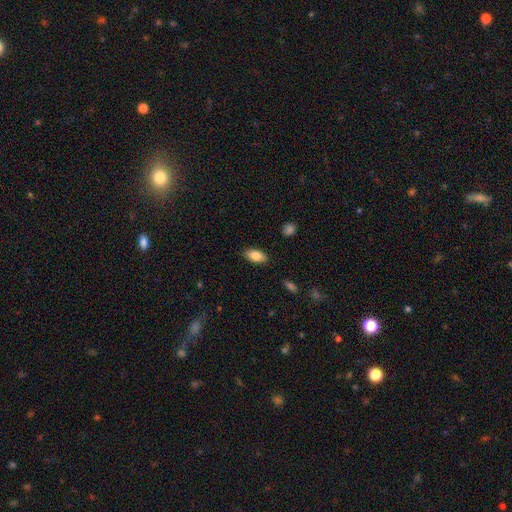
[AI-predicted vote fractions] smooth-or-featured: smooth: 83% | featured or disk: 10% | star or artifact: 7%
  how-rounded: in between: 90% | cigar-shaped: 6% | round: 3%
  merging: none: 87% | minor disturbance: 10% | major disturbance: 2% | merger: 1%